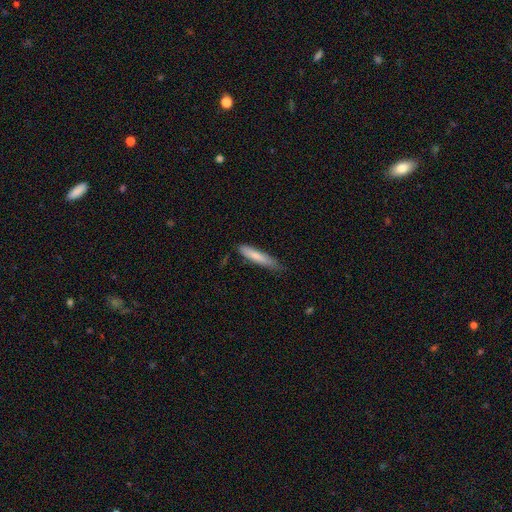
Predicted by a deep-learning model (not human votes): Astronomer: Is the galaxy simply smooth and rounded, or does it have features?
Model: smooth — 78%.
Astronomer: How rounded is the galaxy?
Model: cigar-shaped — 86%.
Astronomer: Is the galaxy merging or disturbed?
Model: none — 68%.